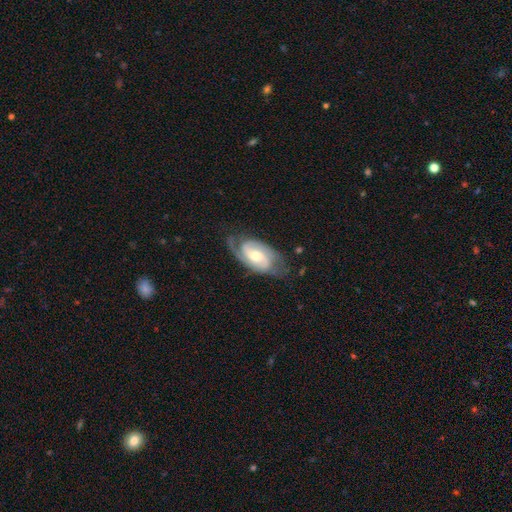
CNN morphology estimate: Smooth or featured: featured or disk — 88% (smooth — 8%)
Edge-on disk: no — 96% (yes — 4%)
Bar: no — 50% (weak — 37%)
Spiral arms: yes — 97% (no — 3%)
Spiral winding: tight — 48% (medium — 42%)
Spiral arm count: 2 — 69% (3 — 14%)
Bulge size: moderate — 61% (small — 32%)
Merging: none — 71% (minor disturbance — 20%)